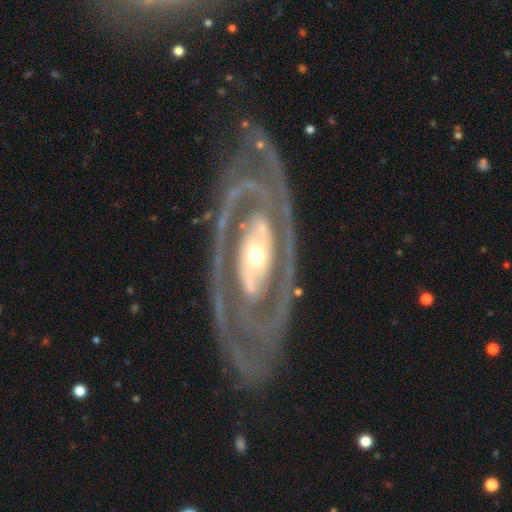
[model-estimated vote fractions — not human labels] Morphology: type=featured or disk (91%); edge-on=no (94%); bar=no (59%); spiral arms=yes (91%); winding=tight (64%); arm count=2 (73%); bulge=moderate (54%); merging=none (79%).